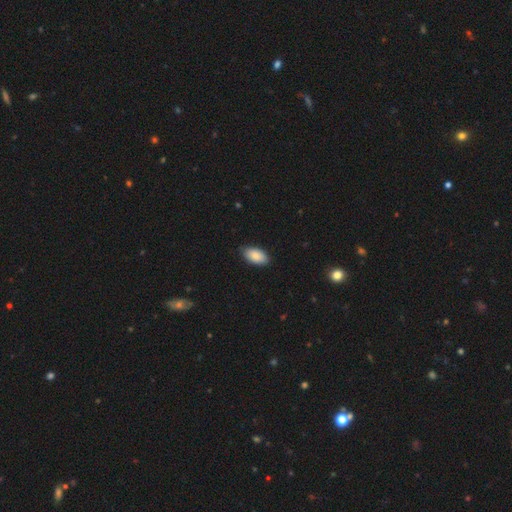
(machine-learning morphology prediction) Overall: smooth (87%). How rounded: in between (94%). Merging: none (84%).